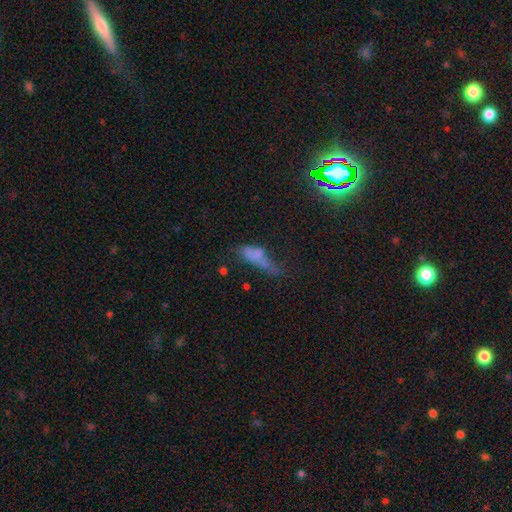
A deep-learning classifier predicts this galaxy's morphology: smooth-or-featured: smooth: 52% | featured or disk: 31% | star or artifact: 17%
  how-rounded: in between: 60% | cigar-shaped: 35% | round: 5%
  merging: major disturbance: 31% | none: 26% | minor disturbance: 22% | merger: 21%